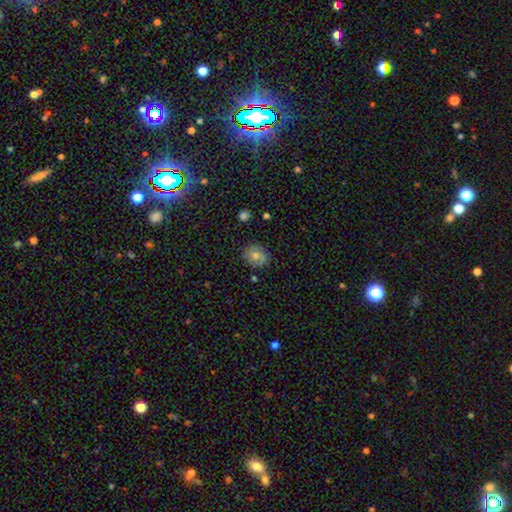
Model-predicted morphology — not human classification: smooth-or-featured: smooth: 65% | featured or disk: 22% | star or artifact: 14%
  how-rounded: round: 63% | in between: 36% | cigar-shaped: 1%
  merging: none: 80% | minor disturbance: 16% | major disturbance: 3% | merger: 2%